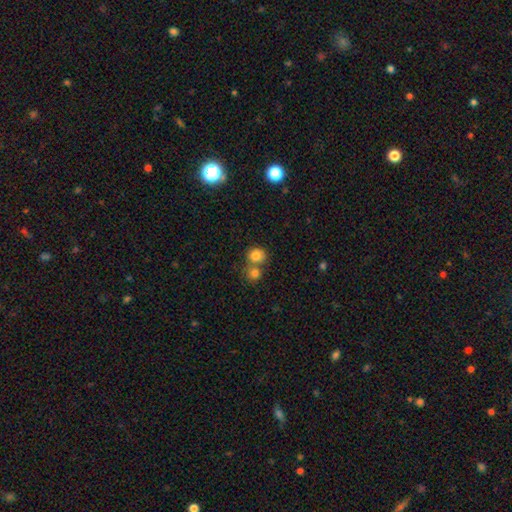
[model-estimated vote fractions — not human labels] This appears to be a smooth galaxy with no disk features (80%) that is round (81%). Merging: none (49%).